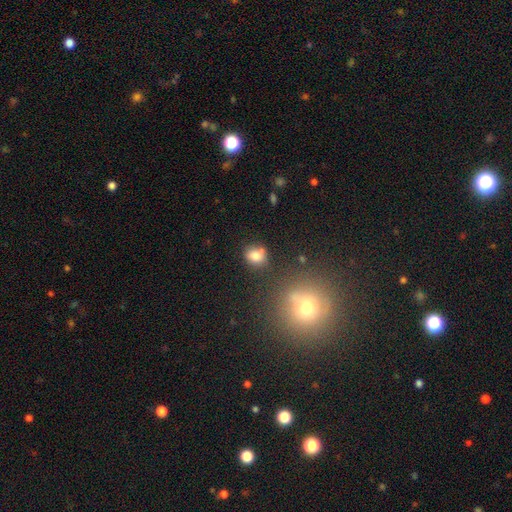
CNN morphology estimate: Smooth or featured?
  - smooth: 79% *
  - star or artifact: 13%
  - featured or disk: 9%
How rounded?
  - round: 64% *
  - in between: 34%
  - cigar-shaped: 1%
Merging?
  - none: 63% *
  - minor disturbance: 17%
  - merger: 15%
  - major disturbance: 5%